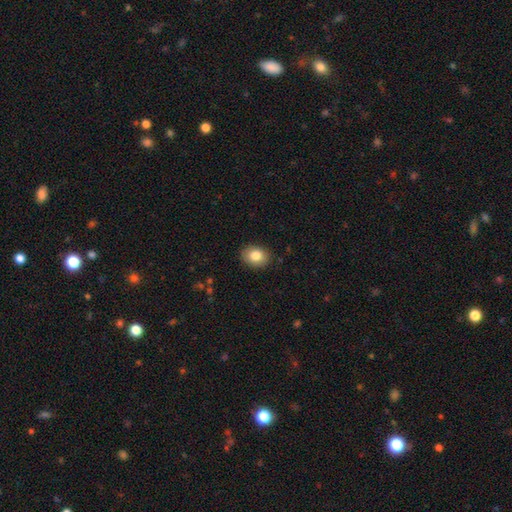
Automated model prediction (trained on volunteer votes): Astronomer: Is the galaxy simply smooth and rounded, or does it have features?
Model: smooth — 83%.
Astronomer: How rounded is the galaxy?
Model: in between — 58% (runner-up: round, 41%).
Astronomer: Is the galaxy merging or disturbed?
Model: none — 89%.